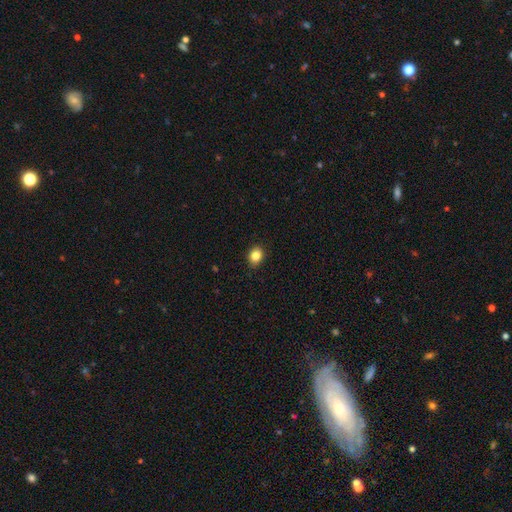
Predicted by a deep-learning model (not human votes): This is clearly a smooth galaxy (84%). How rounded: possibly round (55%). Merging: clearly none (89%).